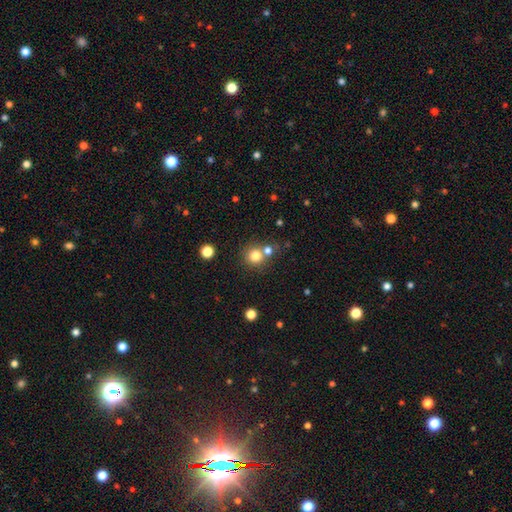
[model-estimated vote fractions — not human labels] This is likely a smooth galaxy (78%). How rounded: clearly round (91%). Merging: likely none (64%).